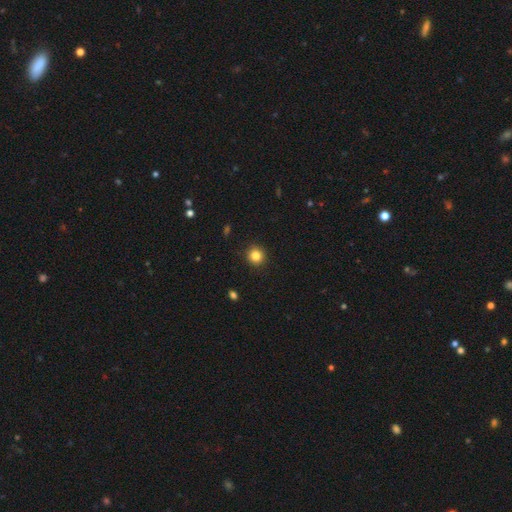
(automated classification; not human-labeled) Overall: smooth (84%). How rounded: round (94%). Merging: none (93%).